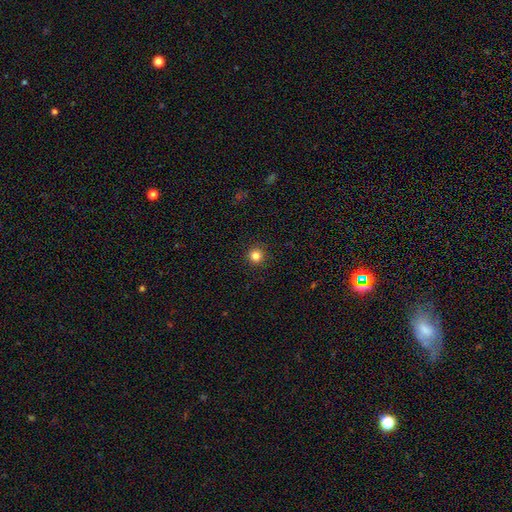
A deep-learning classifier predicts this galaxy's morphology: The model was most divided on "smooth or featured": smooth: 83%, star or artifact: 12%, featured or disk: 5%. More confident: how rounded — round (95%); merging — none (92%).